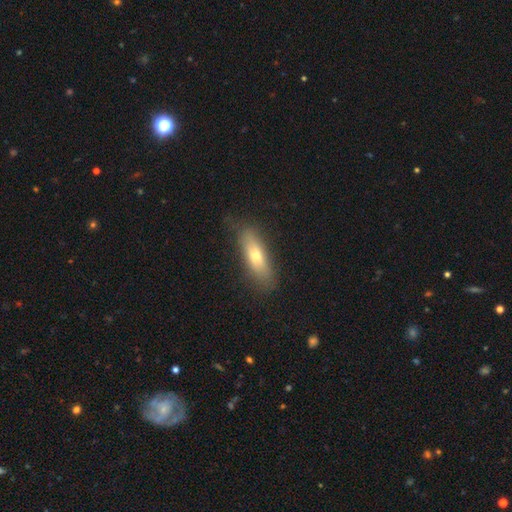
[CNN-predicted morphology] This is likely a smooth galaxy (65%). How rounded: possibly in between (50%). Merging: likely none (78%).